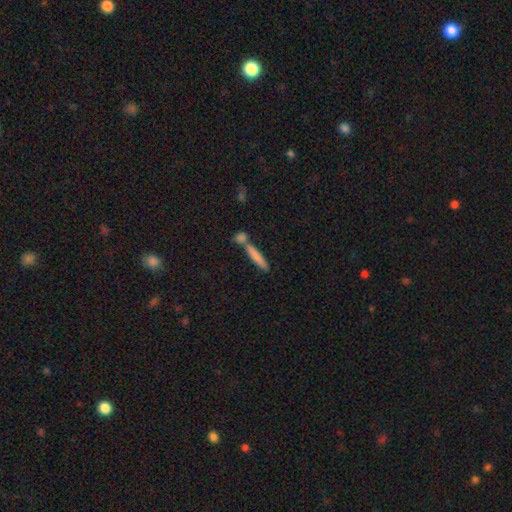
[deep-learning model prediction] Smooth or featured? Predicted: smooth (p=0.77). How rounded? Predicted: cigar-shaped (p=0.89). Merging? Predicted: none (p=0.59).